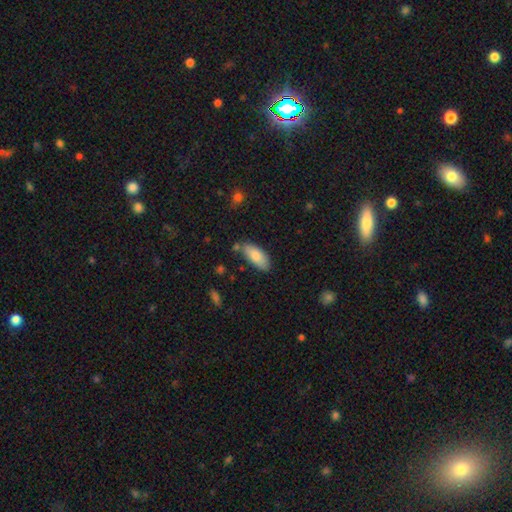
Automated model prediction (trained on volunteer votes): smooth_or_featured: smooth (p=0.83) [alt: featured or disk p=0.11]
how_rounded: in between (p=0.85) [alt: cigar-shaped p=0.13]
merging: none (p=0.73) [alt: minor disturbance p=0.18]